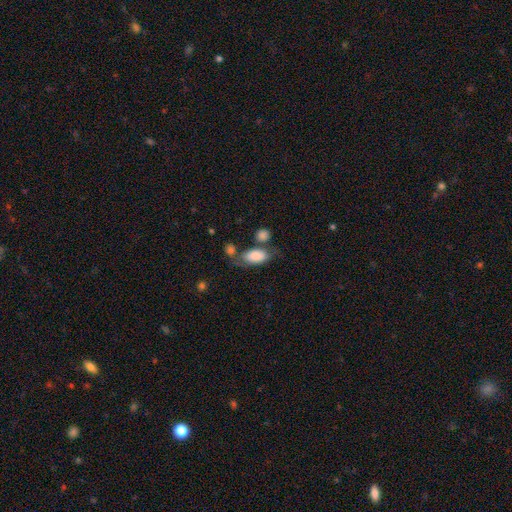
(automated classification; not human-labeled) A smooth galaxy with no disk features (82%) that is in between round and cigar-shaped (91%).

Vote fractions:
- Smooth or featured? smooth: 82% / featured or disk: 11% / star or artifact: 7%
- How rounded? in between: 91% / round: 5% / cigar-shaped: 4%
- Merging? none: 50% / minor disturbance: 21% / merger: 19% / major disturbance: 10%